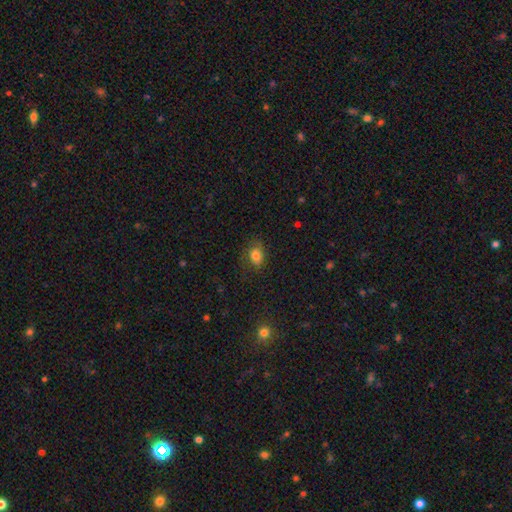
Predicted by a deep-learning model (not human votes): smooth-or-featured: smooth: 79% | star or artifact: 11% | featured or disk: 11%
  how-rounded: in between: 73% | round: 26% | cigar-shaped: 2%
  merging: none: 71% | minor disturbance: 20% | major disturbance: 8% | merger: 1%